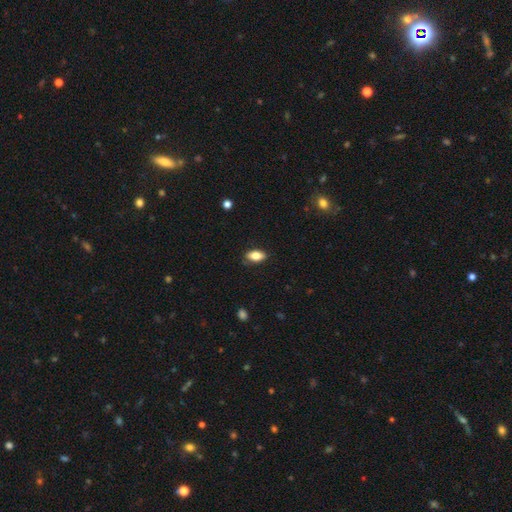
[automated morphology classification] A smooth galaxy with no disk features (81%) that is in between round and cigar-shaped (89%).

Vote fractions:
- Smooth or featured? smooth: 81% / featured or disk: 12% / star or artifact: 7%
- How rounded? in between: 89% / cigar-shaped: 6% / round: 4%
- Merging? none: 84% / minor disturbance: 12% / major disturbance: 2% / merger: 1%